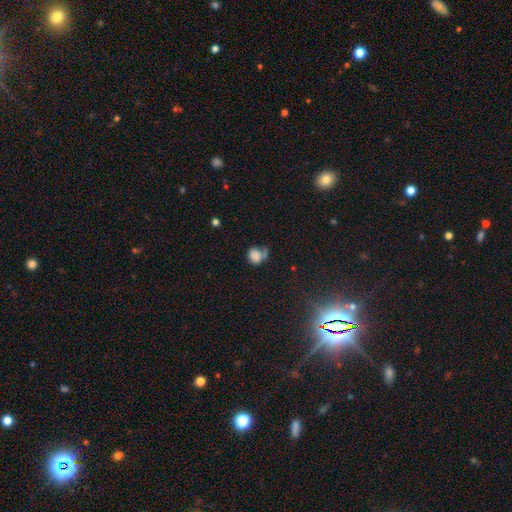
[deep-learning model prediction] smooth-or-featured: smooth: 76% | featured or disk: 12% | star or artifact: 12%
  how-rounded: round: 60% | in between: 39% | cigar-shaped: 1%
  merging: none: 35% | merger: 23% | minor disturbance: 22% | major disturbance: 20%